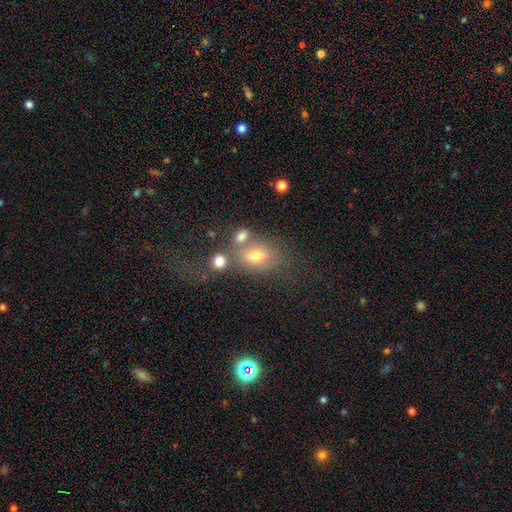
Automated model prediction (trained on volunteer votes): smooth 66%, featured or disk 19%, star or artifact 15%. Down the decision tree: how rounded — in between (61%); merging — none (47%).